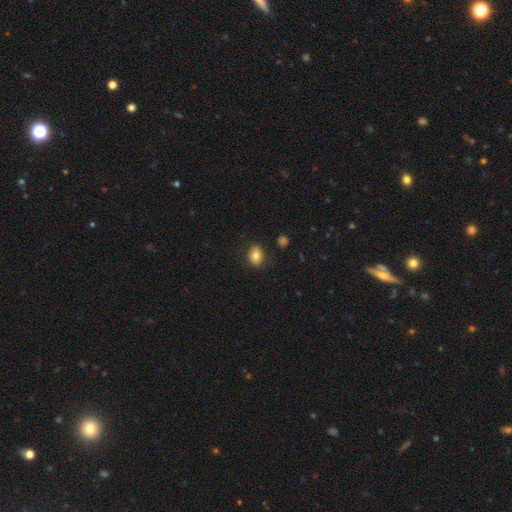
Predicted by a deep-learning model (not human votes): Smooth or featured? smooth (80%)
How rounded? in between (53%)
Merging? none (84%)